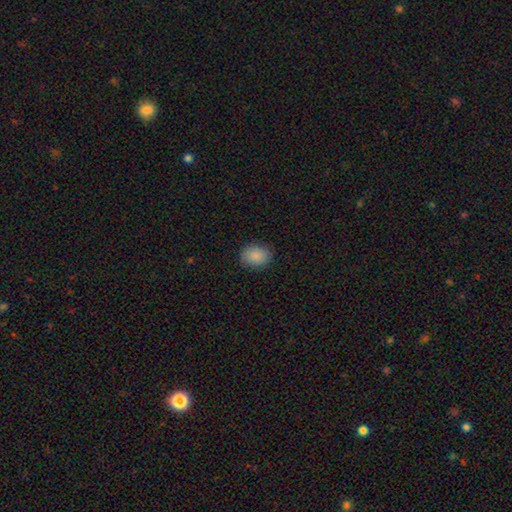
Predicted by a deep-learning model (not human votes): Smooth or featured? smooth (88%)
How rounded? in between (58%)
Merging? none (87%)